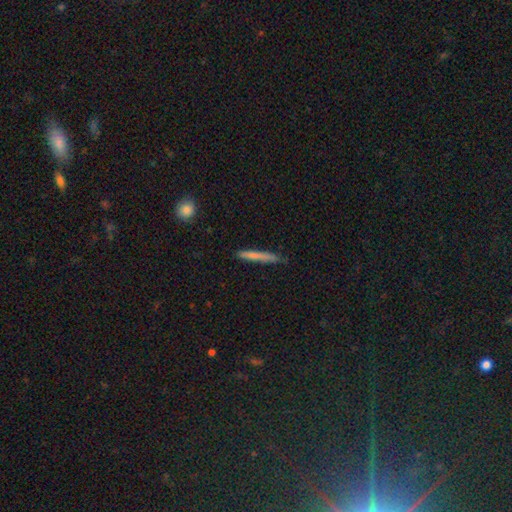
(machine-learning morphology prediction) Overall: smooth (74%). How rounded: cigar-shaped (96%). Merging: none (81%).